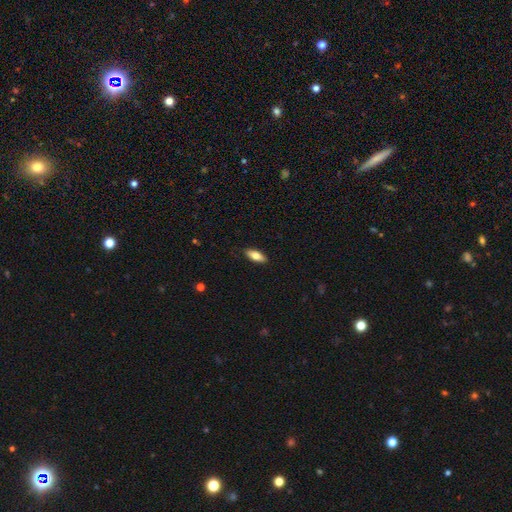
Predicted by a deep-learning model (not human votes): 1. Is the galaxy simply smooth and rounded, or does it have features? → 73% smooth, 21% featured or disk, 6% star or artifact.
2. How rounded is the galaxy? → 74% in between, 23% cigar-shaped, 2% round.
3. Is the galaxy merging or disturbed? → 88% none, 9% minor disturbance, 2% major disturbance, 1% merger.